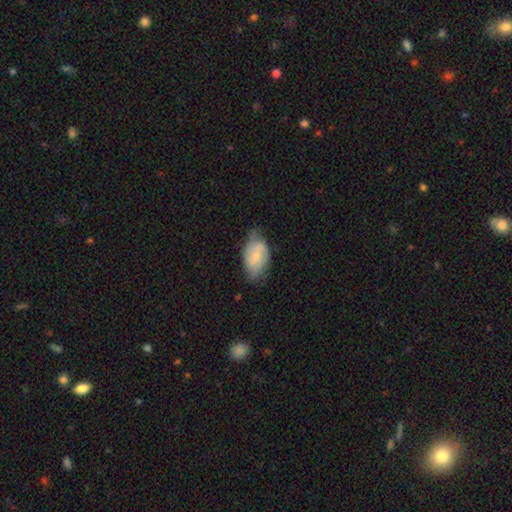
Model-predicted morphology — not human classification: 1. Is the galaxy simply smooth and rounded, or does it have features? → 47% smooth, 46% featured or disk, 7% star or artifact.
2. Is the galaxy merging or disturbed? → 54% none, 35% minor disturbance, 10% major disturbance, 2% merger.